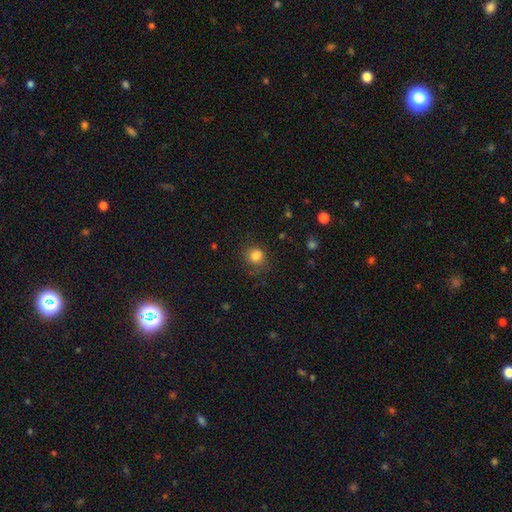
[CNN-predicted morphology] smooth_or_featured: smooth (p=0.83) [alt: star or artifact p=0.11]
how_rounded: round (p=0.80) [alt: in between p=0.19]
merging: none (p=0.71) [alt: minor disturbance p=0.18]